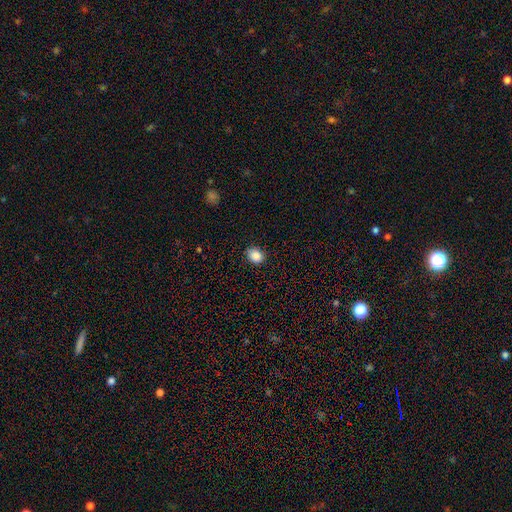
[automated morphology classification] A smooth galaxy with no disk features (87%) that is round (60%). Merging: none (87%).